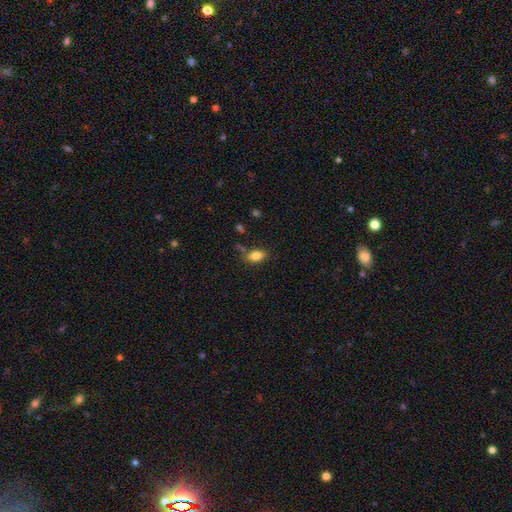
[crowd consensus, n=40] smooth-or-featured: smooth: 82% | featured or disk: 10% | star or artifact: 8%
  how-rounded: in between: 94% | round: 6% | cigar-shaped: 0%
  merging: none: 81% | minor disturbance: 8% | merger: 8% | major disturbance: 3%